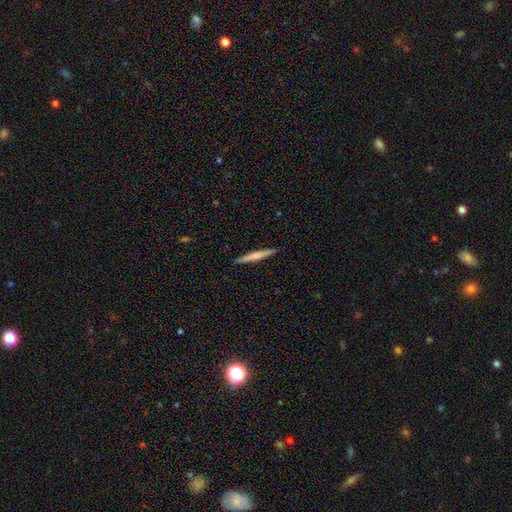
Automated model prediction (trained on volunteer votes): A smooth galaxy with no disk features (58%) that is cigar-shaped (96%).

Vote fractions:
- Smooth or featured? smooth: 58% / featured or disk: 36% / star or artifact: 5%
- How rounded? cigar-shaped: 96% / in between: 3% / round: 1%
- Merging? none: 91% / minor disturbance: 7% / major disturbance: 1% / merger: 1%